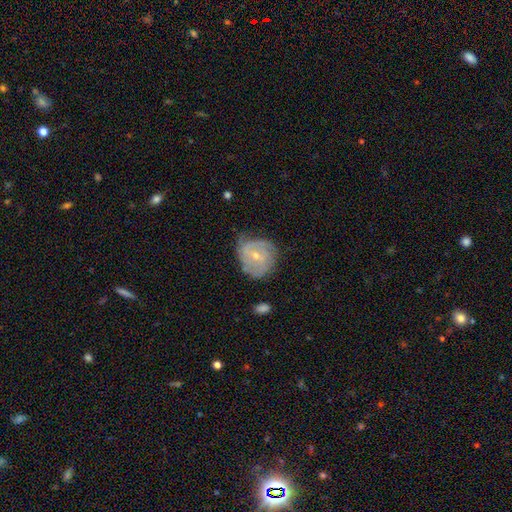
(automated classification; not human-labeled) Smooth or featured: featured or disk — 74% (smooth — 20%)
Edge-on disk: no — 97% (yes — 3%)
Bar: no — 46% (weak — 44%)
Spiral arms: yes — 88% (no — 12%)
Spiral winding: tight — 53% (medium — 35%)
Spiral arm count: 2 — 35% (can't tell — 31%)
Bulge size: small — 59% (moderate — 38%)
Merging: none — 58% (minor disturbance — 29%)